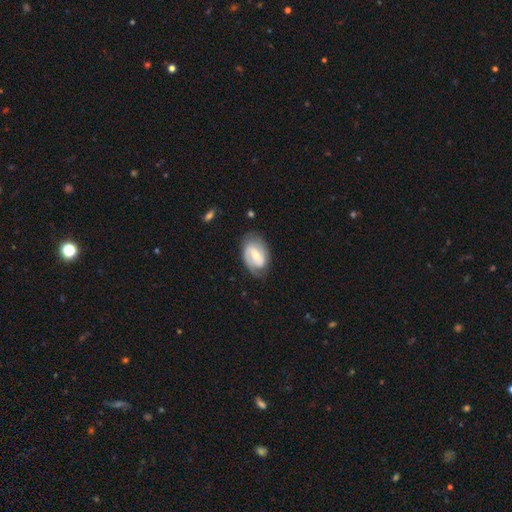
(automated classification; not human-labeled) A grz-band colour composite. It shows a featured or disk galaxy (70%) with a weak bar (47%), 2 (71%) tight (43%) spiral arms (87%) and a small central bulge (47%, tied with moderate). Merging: none (72%).